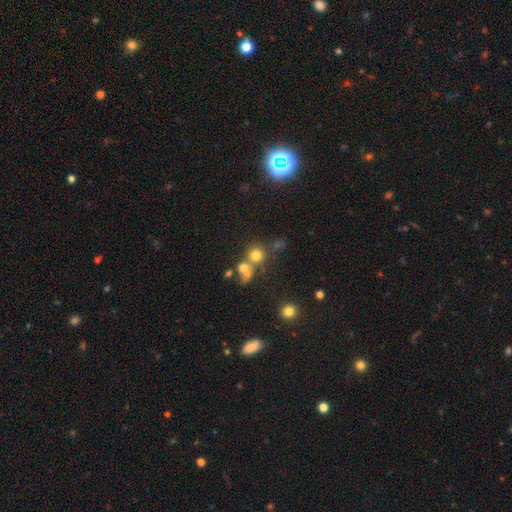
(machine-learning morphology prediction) The model was most divided on "merging": none: 51%, merger: 36%, minor disturbance: 8%, major disturbance: 5%. More confident: how rounded — round (88%); smooth or featured — smooth (70%).